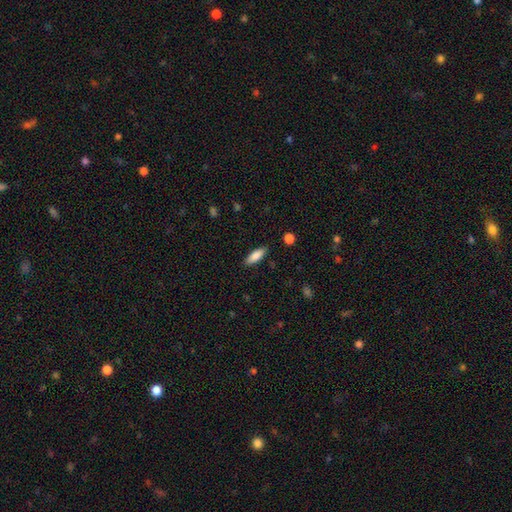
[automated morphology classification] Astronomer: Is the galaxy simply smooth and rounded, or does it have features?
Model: smooth — 85%.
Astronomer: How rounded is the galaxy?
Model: in between — 65%.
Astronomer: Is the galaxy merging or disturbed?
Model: none — 87%.